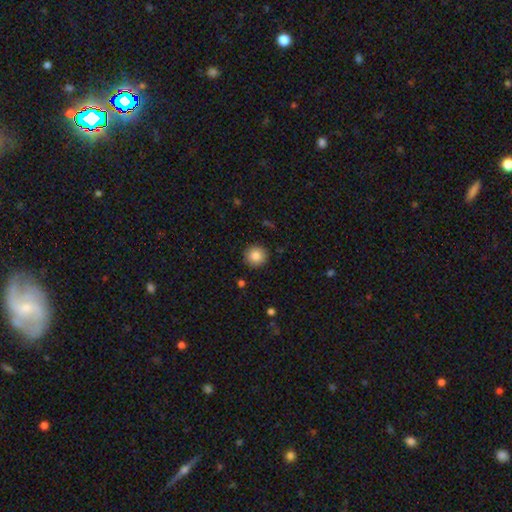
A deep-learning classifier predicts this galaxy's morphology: Smooth or featured: smooth — 85% (star or artifact — 9%)
How rounded: round — 94% (in between — 5%)
Merging: none — 92% (minor disturbance — 5%)